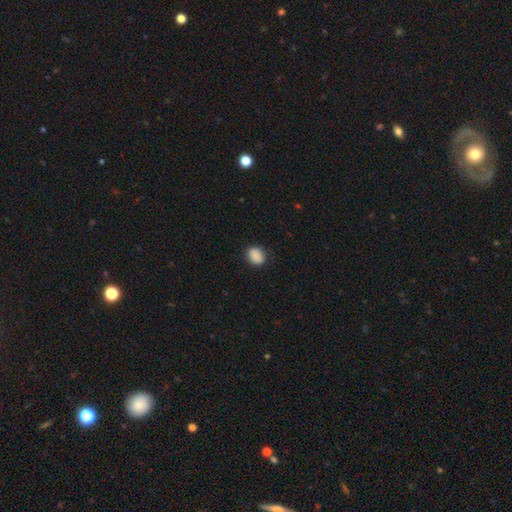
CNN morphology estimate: Smooth or featured? smooth (88%)
How rounded? in between (59%)
Merging? none (84%)